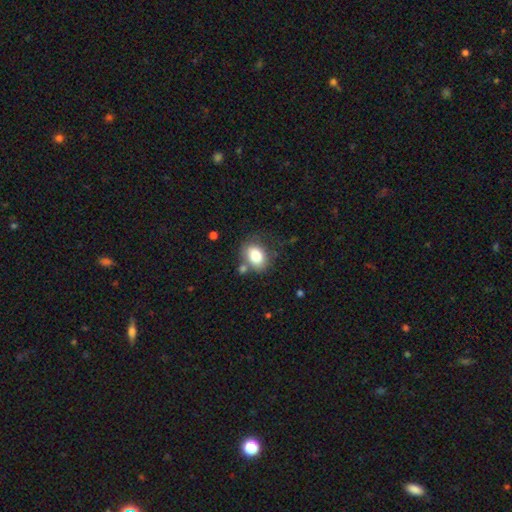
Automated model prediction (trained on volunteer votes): This appears to be a smooth galaxy with no disk features (80%) that is in between round and cigar-shaped (68%). Merging: none (67%).